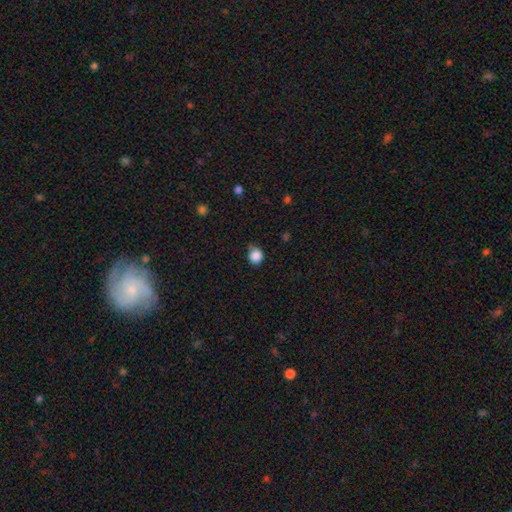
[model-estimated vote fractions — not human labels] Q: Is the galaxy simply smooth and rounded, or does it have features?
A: smooth — 86%.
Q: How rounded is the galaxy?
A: round — 79%.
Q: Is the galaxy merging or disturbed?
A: none — 59%.